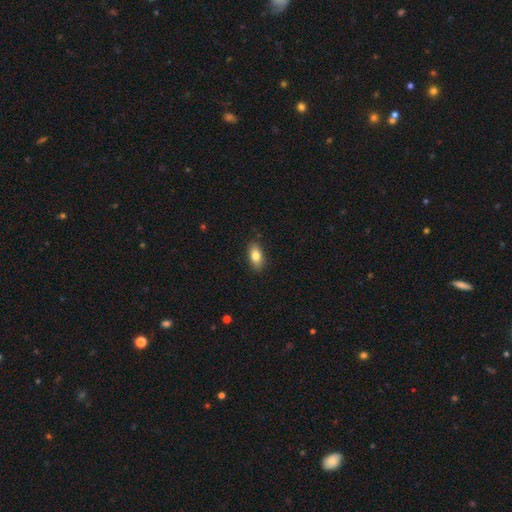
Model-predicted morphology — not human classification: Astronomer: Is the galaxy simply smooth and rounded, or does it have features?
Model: smooth — 80%.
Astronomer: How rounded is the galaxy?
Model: in between — 88%.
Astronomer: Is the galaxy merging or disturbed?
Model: none — 87%.